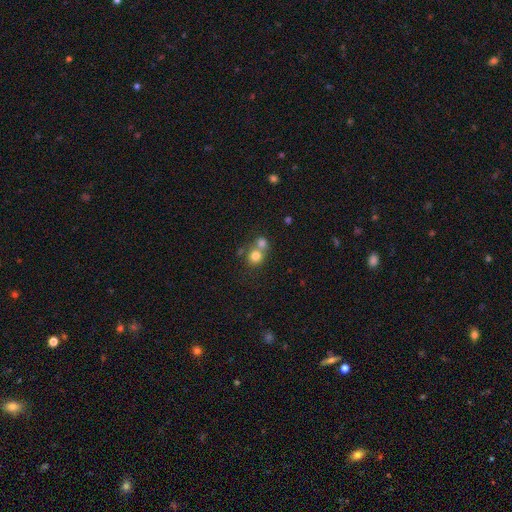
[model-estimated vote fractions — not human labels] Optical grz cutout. It shows a smooth galaxy with no disk features (77%) that is round (85%). Merging: merger (50%).